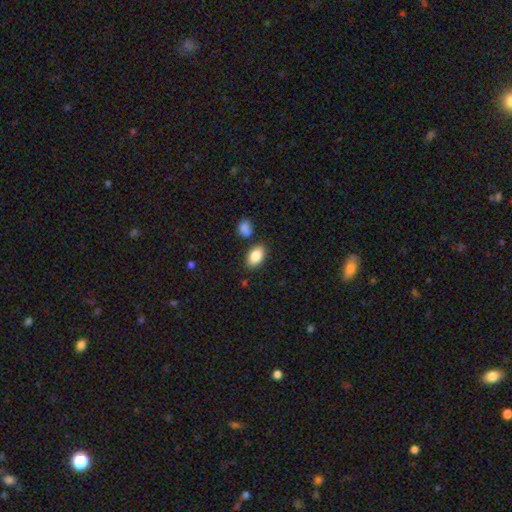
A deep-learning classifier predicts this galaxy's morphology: A smooth galaxy with no disk features (86%) that is in between round and cigar-shaped (92%). Merging: none (80%).